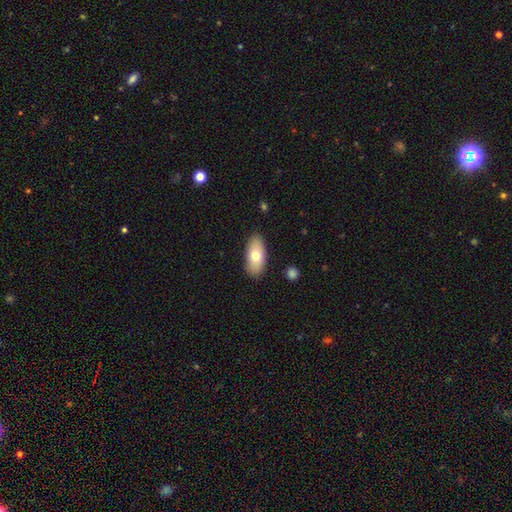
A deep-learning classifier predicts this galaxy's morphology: Smooth or featured? smooth (71%)
How rounded? in between (89%)
Merging? none (88%)